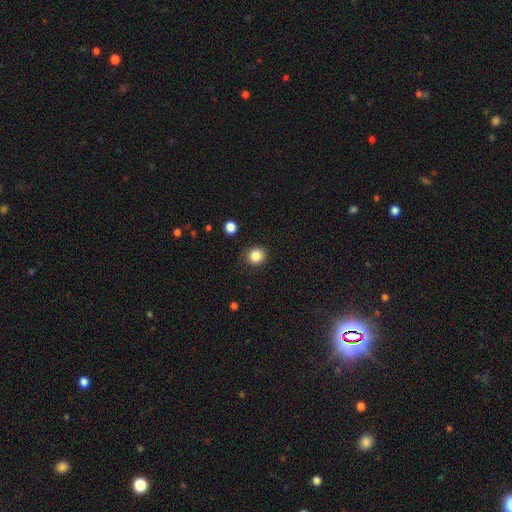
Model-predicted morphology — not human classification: A smooth galaxy with no disk features (85%) that is round (89%). Merging: none (88%).